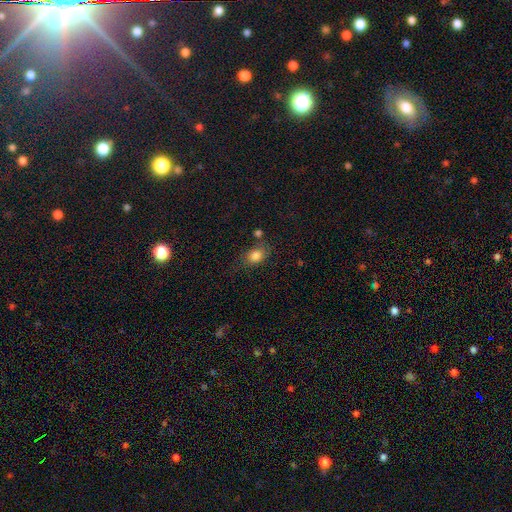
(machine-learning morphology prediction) Overall: smooth (82%). How rounded: in between (64%; round 34%). Merging: none (64%).